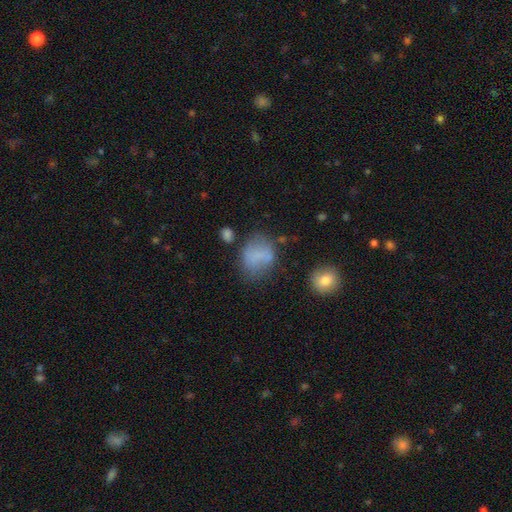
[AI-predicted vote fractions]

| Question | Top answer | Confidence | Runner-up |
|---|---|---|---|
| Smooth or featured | smooth | 69% | featured or disk (19%) |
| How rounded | round | 53% | in between (46%) |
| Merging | none | 52% | minor disturbance (26%) |